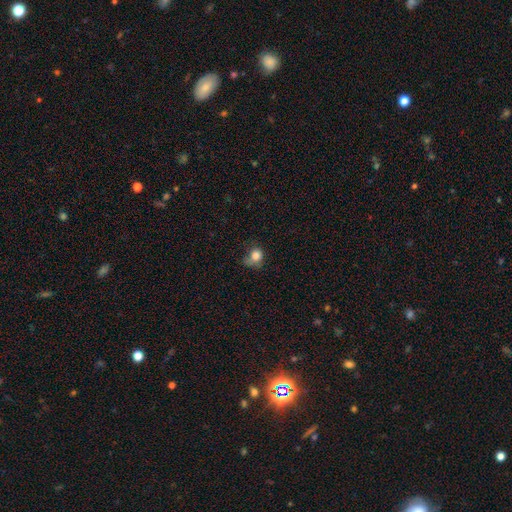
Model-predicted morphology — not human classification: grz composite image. It shows a smooth galaxy with no disk features (81%) that is round (65%). Merging: none (41%).